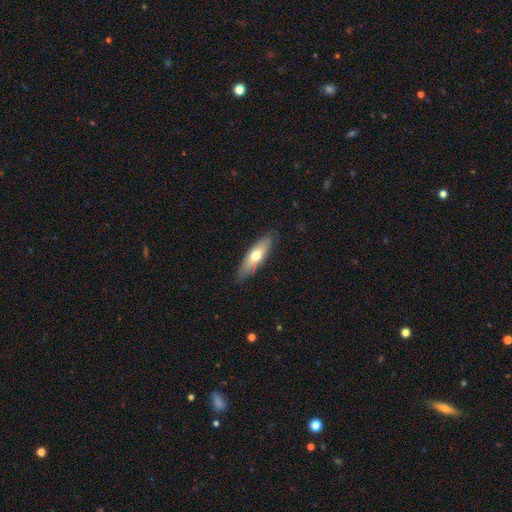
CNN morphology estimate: smooth-or-featured: smooth: 58% | featured or disk: 36% | star or artifact: 6%
  how-rounded: cigar-shaped: 53% | in between: 44% | round: 2%
  merging: none: 85% | minor disturbance: 12% | major disturbance: 2% | merger: 1%